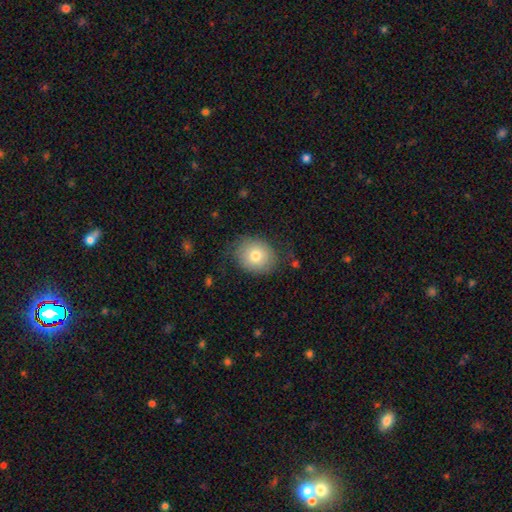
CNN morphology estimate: This appears to be a smooth galaxy with no disk features (76%) that is round (74%). Merging: none (74%).